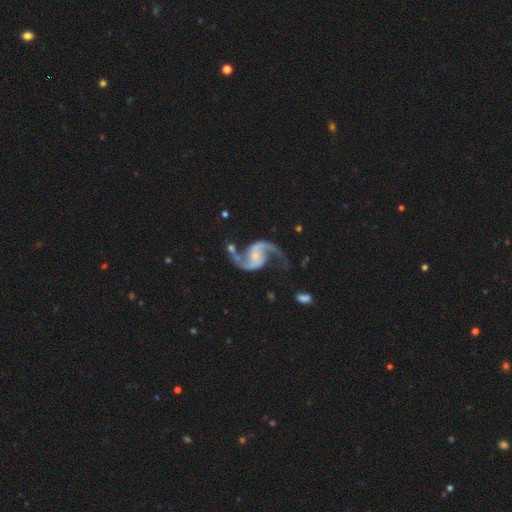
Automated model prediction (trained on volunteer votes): Smooth or featured? Predicted: featured or disk (p=0.93). Edge-on disk? Predicted: no (p=0.98). Bar? Predicted: no (p=0.51). Spiral arms? Predicted: yes (p=0.98). Spiral winding? Predicted: loose (p=0.60). Spiral arm count? Predicted: 2 (p=0.94). Bulge size? Predicted: small (p=0.67). Merging? Predicted: none (p=0.66).